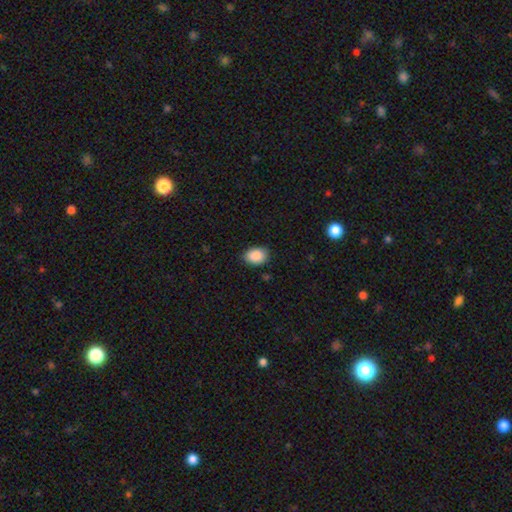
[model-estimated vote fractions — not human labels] A smooth galaxy with no disk features (89%) that is in between round and cigar-shaped (73%).

Vote fractions:
- Smooth or featured? smooth: 89% / star or artifact: 7% / featured or disk: 3%
- How rounded? in between: 73% / round: 26% / cigar-shaped: 1%
- Merging? none: 80% / minor disturbance: 16% / major disturbance: 3% / merger: 1%